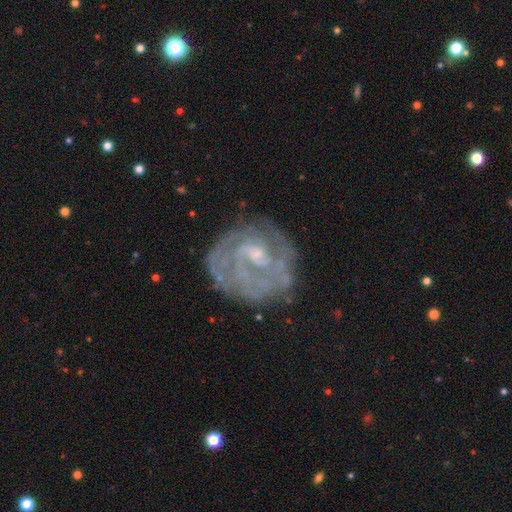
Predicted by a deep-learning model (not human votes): featured or disk 80%, smooth 13%, star or artifact 8%. Down the decision tree: edge-on disk — no (98%); bar — no (53%); spiral arms — yes (78%); spiral arm count — can't tell (42%); spiral winding — tight (59%); bulge size — small (49%); merging — none (68%).